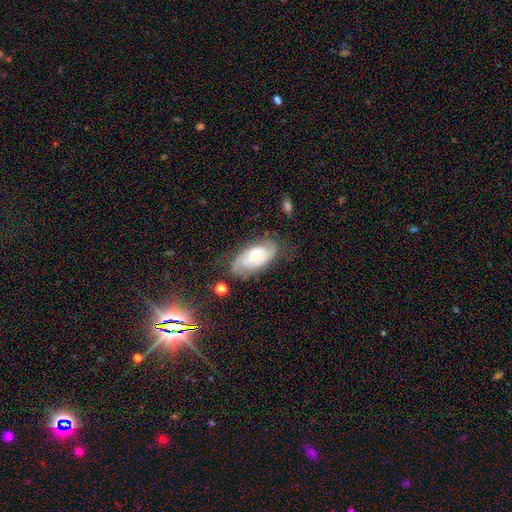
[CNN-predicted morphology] The model was most divided on "spiral winding": tight: 50%, medium: 37%, loose: 14%. More confident: edge-on disk — no (94%); spiral arms — yes (87%); bar — no (69%); smooth or featured — featured or disk (68%); merging — none (63%); bulge size — small (61%); spiral arm count — 2 (55%).